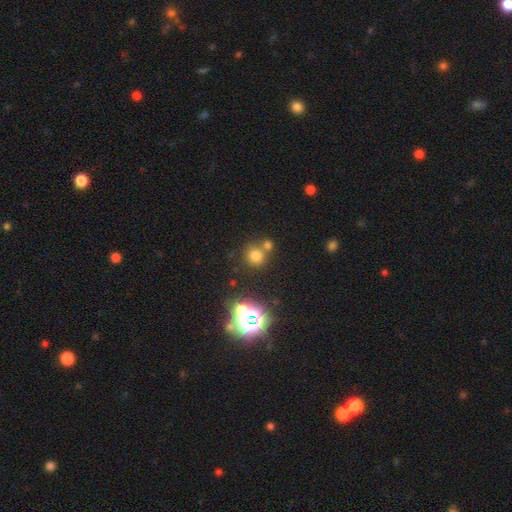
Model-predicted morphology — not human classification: Q: Smooth or featured?
A: smooth (68%); runner-up: star or artifact (24%)
Q: How rounded?
A: round (89%); runner-up: in between (10%)
Q: Merging?
A: none (65%); runner-up: merger (22%)